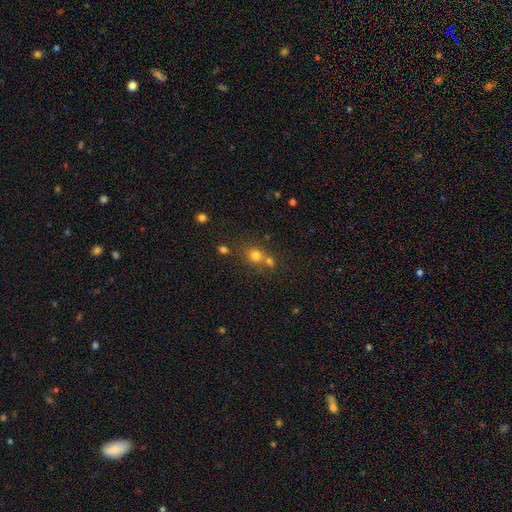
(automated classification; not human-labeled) A smooth galaxy with no disk features (75%) that is round (80%).

Vote fractions:
- Smooth or featured? smooth: 75% / star or artifact: 16% / featured or disk: 9%
- How rounded? round: 80% / in between: 19% / cigar-shaped: 1%
- Merging? none: 52% / merger: 35% / minor disturbance: 9% / major disturbance: 4%